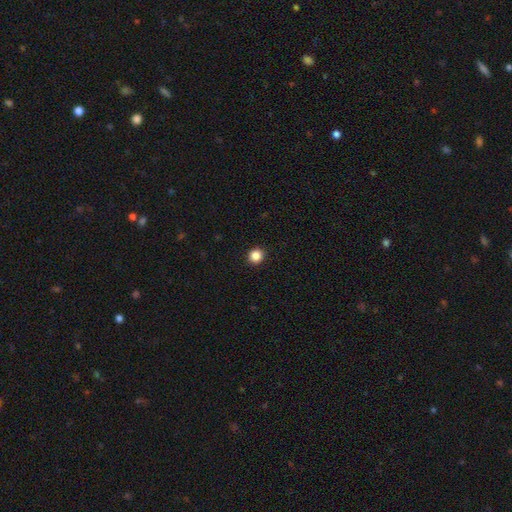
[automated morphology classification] This is clearly a smooth galaxy (86%). How rounded: clearly round (92%). Merging: clearly none (93%).